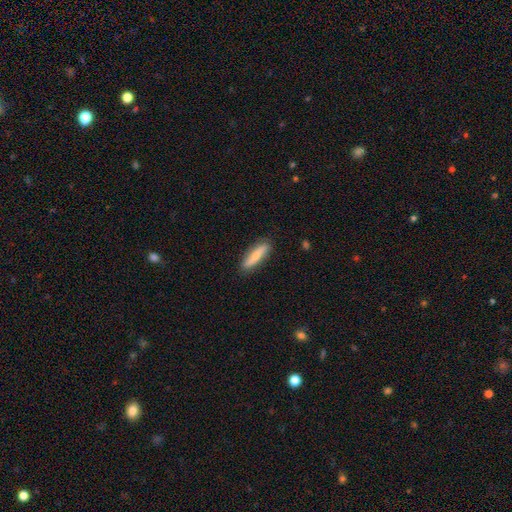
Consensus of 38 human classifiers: Overall: smooth (71%). How rounded: cigar-shaped (81%). Merging: none (89%).